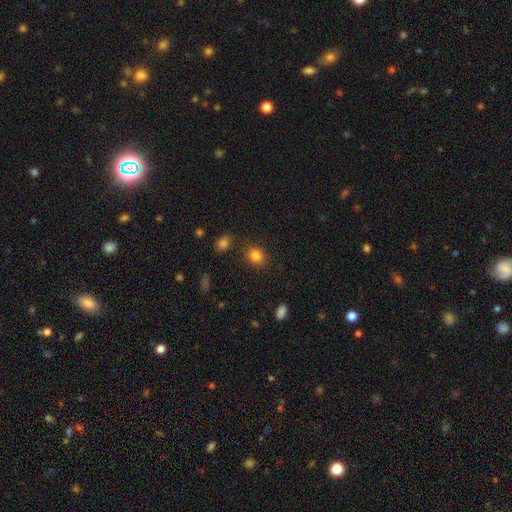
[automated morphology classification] A smooth galaxy with no disk features (84%) that is round (57%). Merging: none (83%).